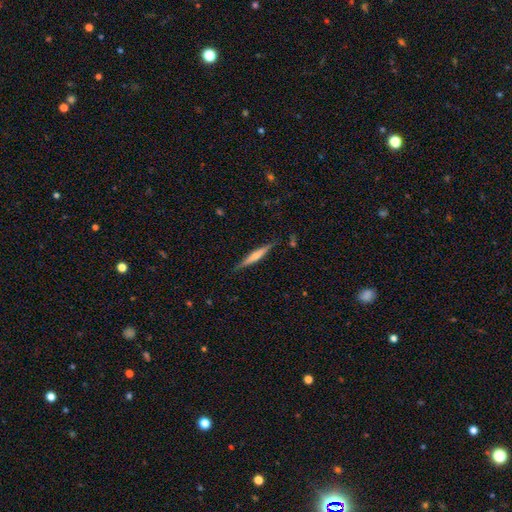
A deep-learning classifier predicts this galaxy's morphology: A featured or disk galaxy (56%) viewed edge-on (97%) with a rounded central bulge (60%).

Vote fractions:
- Smooth or featured? featured or disk: 56% / smooth: 38% / star or artifact: 6%
- Edge-on disk? yes: 97% / no: 3%
- Edge-on bulge? rounded: 60% / none: 26% / boxy: 14%
- Merging? none: 86% / minor disturbance: 10% / major disturbance: 2% / merger: 2%